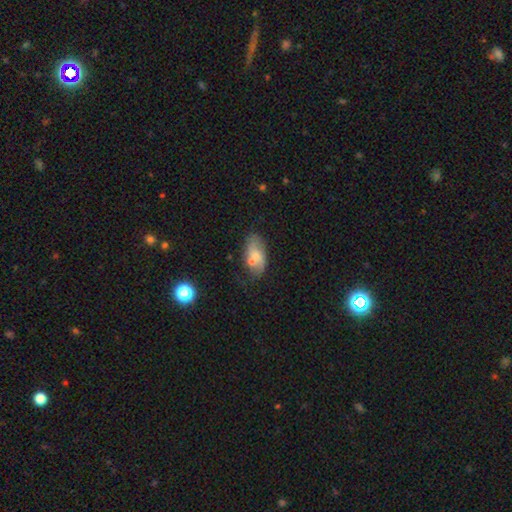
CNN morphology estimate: Smooth or featured?
  - smooth: 54% *
  - featured or disk: 37%
  - star or artifact: 10%
How rounded?
  - in between: 88% *
  - round: 6%
  - cigar-shaped: 5%
Merging?
  - none: 54% *
  - minor disturbance: 21%
  - merger: 18%
  - major disturbance: 7%